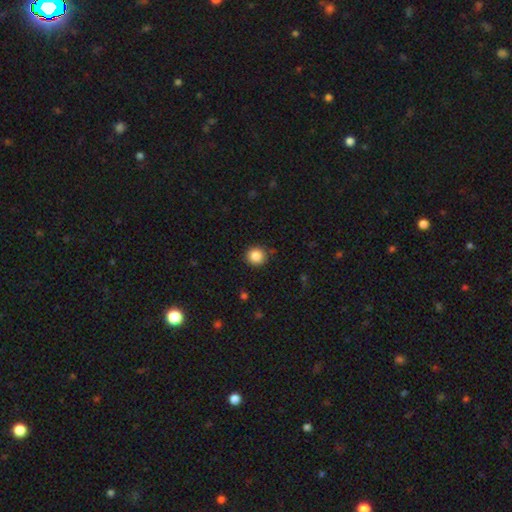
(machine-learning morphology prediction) A smooth galaxy with no disk features (86%) that is round (93%). Merging: none (89%).